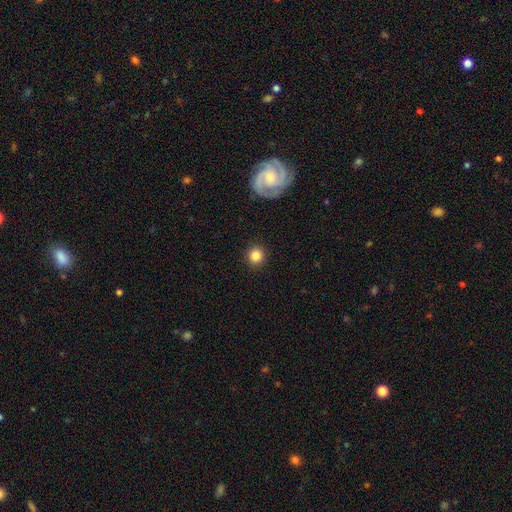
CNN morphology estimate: Q: Smooth or featured?
A: smooth (84%); runner-up: star or artifact (10%)
Q: How rounded?
A: round (92%); runner-up: in between (7%)
Q: Merging?
A: none (92%); runner-up: minor disturbance (5%)